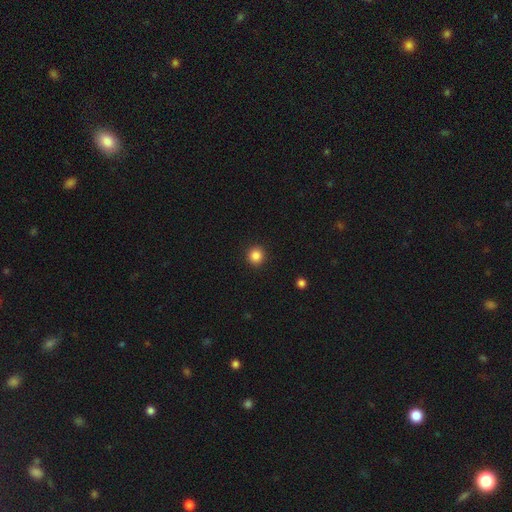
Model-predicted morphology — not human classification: Smooth or featured? Predicted: smooth (p=0.86). How rounded? Predicted: round (p=0.94). Merging? Predicted: none (p=0.93).